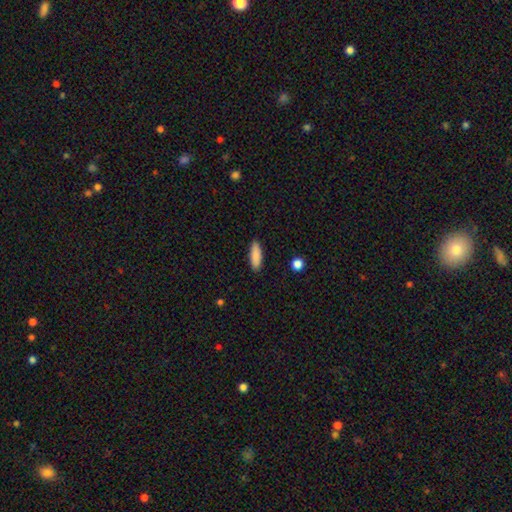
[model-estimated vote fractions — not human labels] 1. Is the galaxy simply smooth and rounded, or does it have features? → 88% smooth, 6% star or artifact, 5% featured or disk.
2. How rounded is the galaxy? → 51% in between, 47% cigar-shaped, 2% round.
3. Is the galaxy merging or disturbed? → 90% none, 7% minor disturbance, 2% major disturbance, 1% merger.